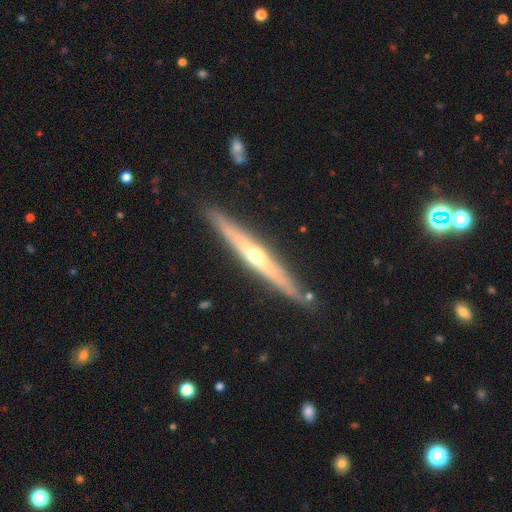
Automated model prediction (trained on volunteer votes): Morphology: type=featured or disk (72%); edge-on=yes (96%); edge-on bulge=rounded (82%); merging=none (87%).